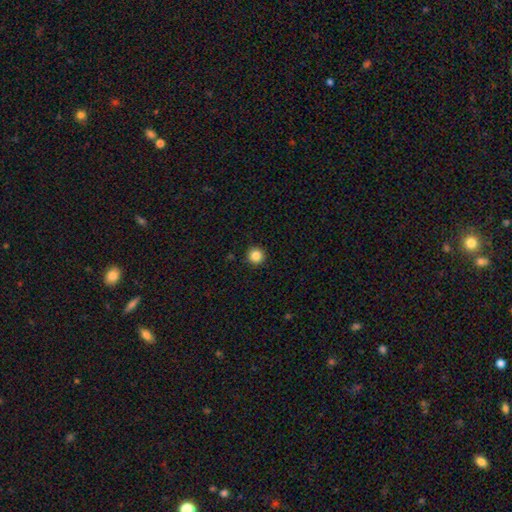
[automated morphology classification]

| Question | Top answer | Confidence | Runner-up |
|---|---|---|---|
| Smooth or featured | smooth | 85% | star or artifact (11%) |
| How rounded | round | 96% | in between (3%) |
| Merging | none | 93% | minor disturbance (5%) |